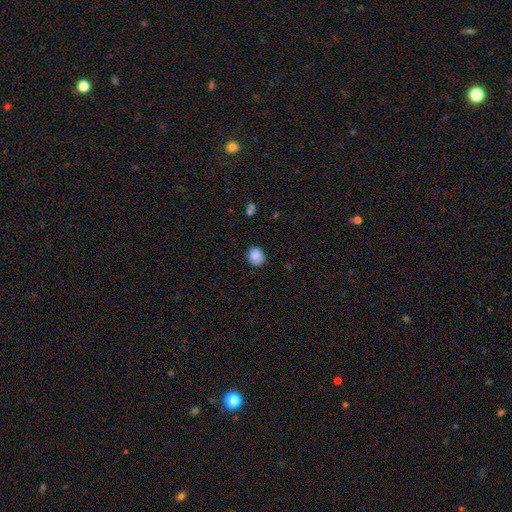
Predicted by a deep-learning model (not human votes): The model was most divided on "how rounded": round: 66%, in between: 33%, cigar-shaped: 1%. More confident: smooth or featured — smooth (87%); merging — none (81%).